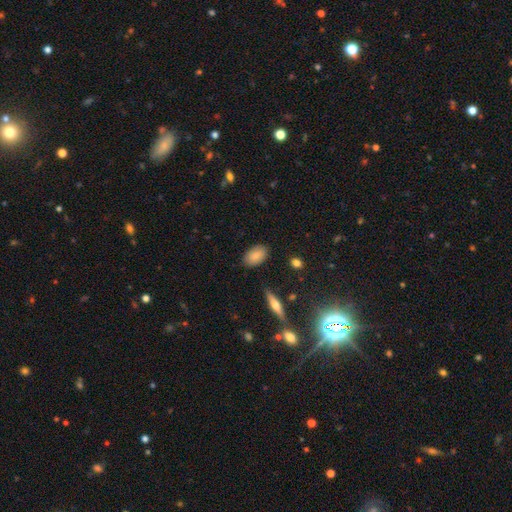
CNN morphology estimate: The model was most divided on "merging": none: 85%, minor disturbance: 11%, major disturbance: 2%, merger: 1%. More confident: how rounded — in between (92%); smooth or featured — smooth (84%).